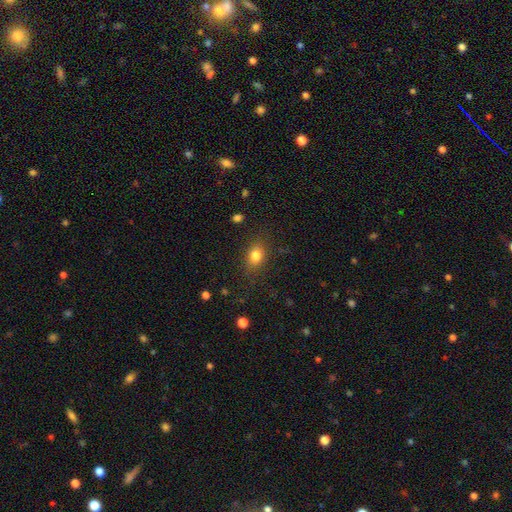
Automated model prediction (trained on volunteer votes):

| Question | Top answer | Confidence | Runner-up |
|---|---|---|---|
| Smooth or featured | smooth | 81% | star or artifact (11%) |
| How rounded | in between | 64% | round (34%) |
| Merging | none | 81% | minor disturbance (13%) |